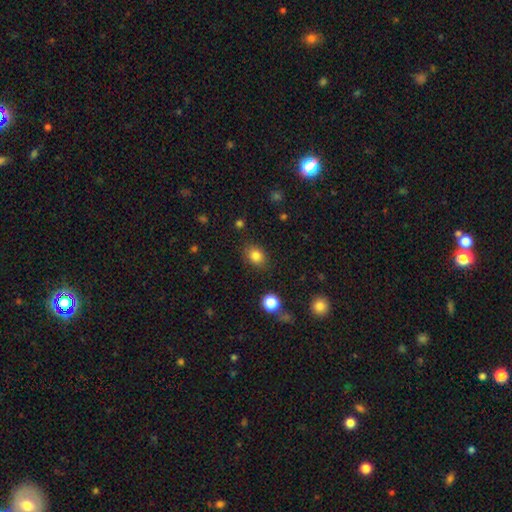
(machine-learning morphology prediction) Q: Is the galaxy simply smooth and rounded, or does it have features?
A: smooth — 83%.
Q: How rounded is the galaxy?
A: in between — 53%.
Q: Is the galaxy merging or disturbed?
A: none — 84%.